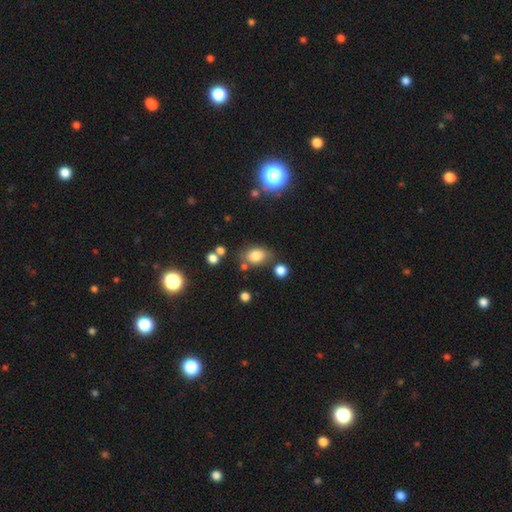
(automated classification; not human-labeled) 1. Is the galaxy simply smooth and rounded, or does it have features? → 78% smooth, 12% star or artifact, 9% featured or disk.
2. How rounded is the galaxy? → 70% in between, 28% round, 1% cigar-shaped.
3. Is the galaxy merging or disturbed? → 70% none, 16% minor disturbance, 9% merger, 5% major disturbance.